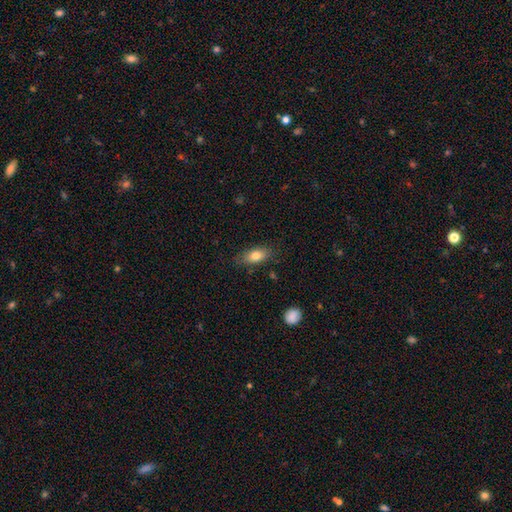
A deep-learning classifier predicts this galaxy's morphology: Smooth or featured? smooth (79%)
How rounded? in between (84%)
Merging? none (81%)